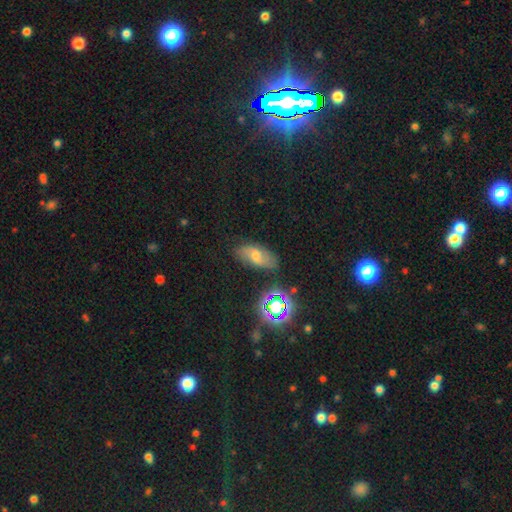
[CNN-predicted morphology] Smooth or featured?
  - smooth: 42% *
  - featured or disk: 38%
  - star or artifact: 20%
Merging?
  - none: 73% *
  - minor disturbance: 18%
  - major disturbance: 5%
  - merger: 3%